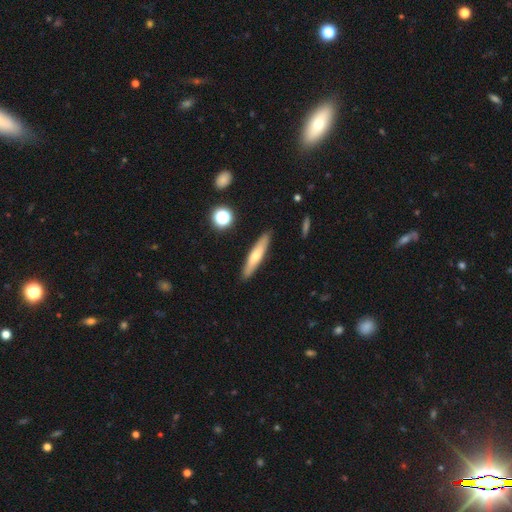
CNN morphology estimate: Smooth or featured? Predicted: smooth (p=0.57). How rounded? Predicted: cigar-shaped (p=0.86). Merging? Predicted: none (p=0.89).